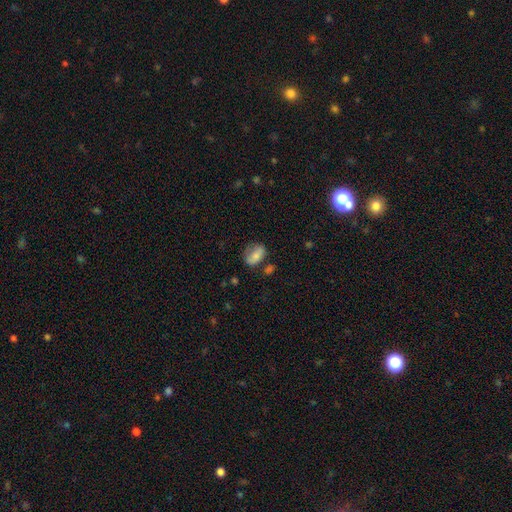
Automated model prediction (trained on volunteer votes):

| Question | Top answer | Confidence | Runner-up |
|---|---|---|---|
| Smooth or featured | smooth | 75% | featured or disk (17%) |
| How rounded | in between | 81% | round (17%) |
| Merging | none | 54% | minor disturbance (28%) |